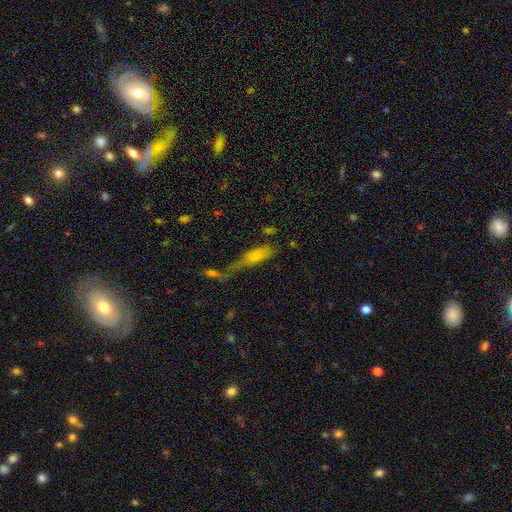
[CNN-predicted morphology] Overall: smooth (73%). How rounded: cigar-shaped (48%, tied with in between). Merging: merger (40%; none 26%).